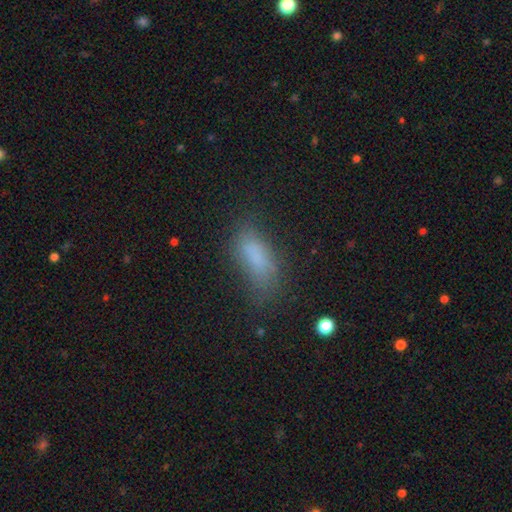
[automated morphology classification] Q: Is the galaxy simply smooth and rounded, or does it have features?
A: smooth — 77%.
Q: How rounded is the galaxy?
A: in between — 76%.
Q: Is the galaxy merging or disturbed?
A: none — 59%.